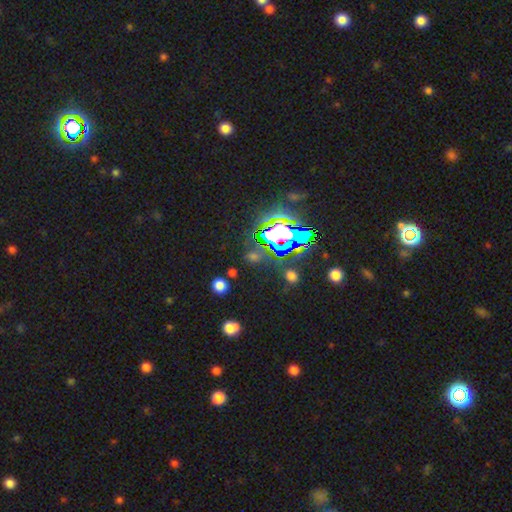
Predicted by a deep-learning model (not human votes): smooth_or_featured: star or artifact (p=0.71) [alt: smooth p=0.19]